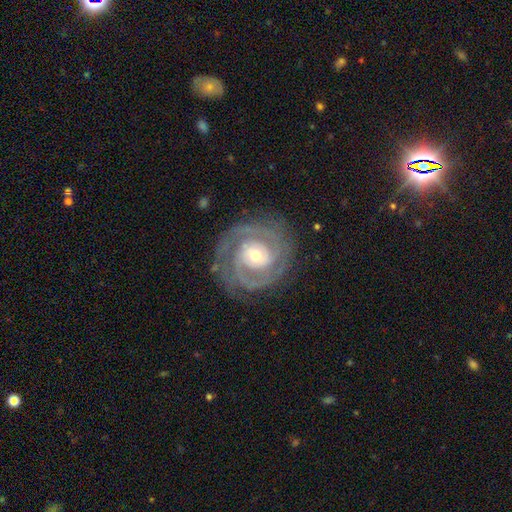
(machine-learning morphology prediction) Smooth or featured? Predicted: featured or disk (p=0.88). Edge-on disk? Predicted: no (p=0.97). Bar? Predicted: no (p=0.59). Spiral arms? Predicted: yes (p=0.96). Spiral winding? Predicted: tight (p=0.74). Spiral arm count? Predicted: 2 (p=0.60). Bulge size? Predicted: moderate (p=0.50). Merging? Predicted: none (p=0.81).